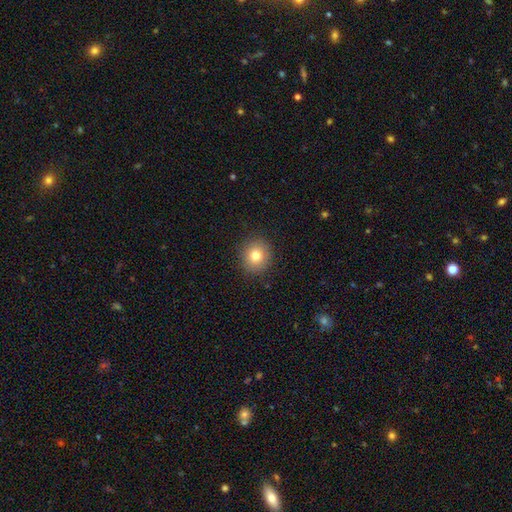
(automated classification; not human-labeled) A smooth galaxy with no disk features (79%) that is round (87%). Merging: none (89%).